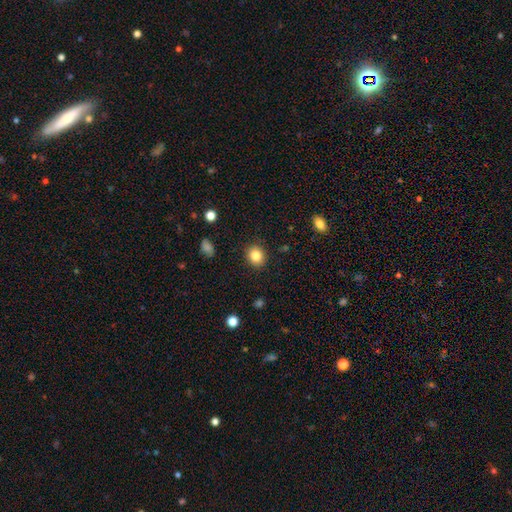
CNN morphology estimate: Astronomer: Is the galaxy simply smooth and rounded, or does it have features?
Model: smooth — 84%.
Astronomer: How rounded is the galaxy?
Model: round — 72%.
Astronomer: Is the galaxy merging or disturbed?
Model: none — 89%.